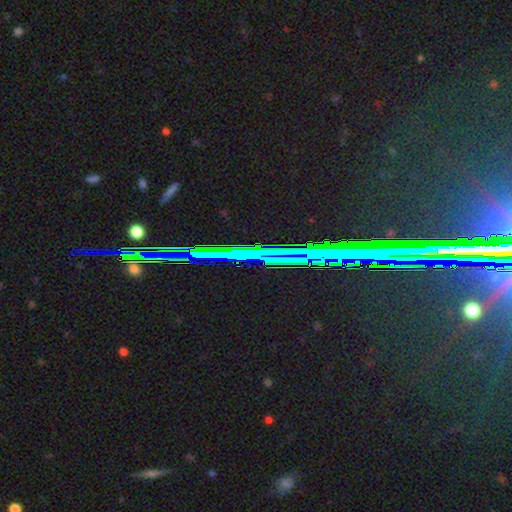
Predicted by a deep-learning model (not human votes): The model was most divided on "smooth or featured": star or artifact: 83%, featured or disk: 10%, smooth: 7%.